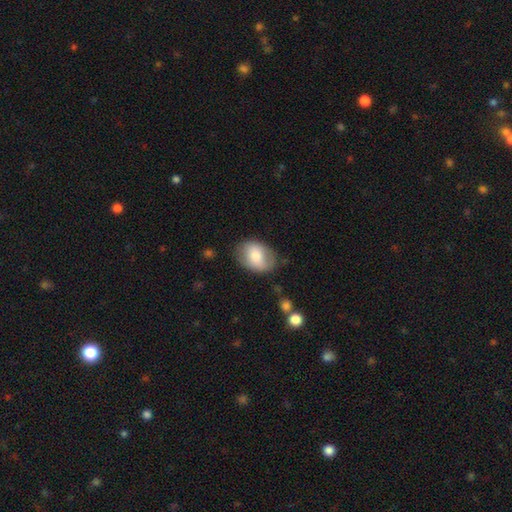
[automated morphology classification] A smooth galaxy with no disk features (69%) that is in between round and cigar-shaped (77%). Merging: none (74%).